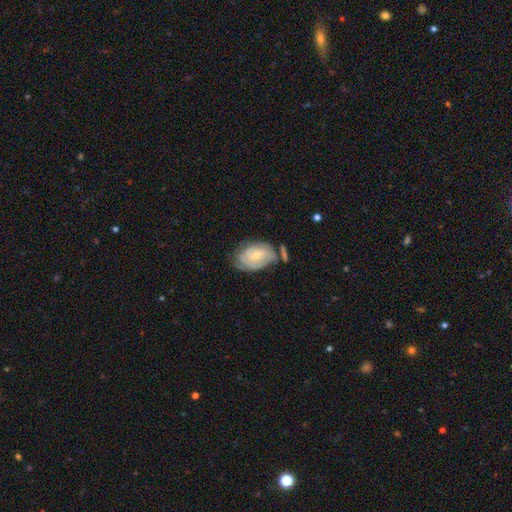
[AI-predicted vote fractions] Smooth or featured: featured or disk — 58% (smooth — 35%)
Edge-on disk: no — 95% (yes — 5%)
Bar: no — 71% (weak — 25%)
Spiral arms: yes — 77% (no — 23%)
Bulge size: small — 63% (moderate — 32%)
Merging: none — 51% (minor disturbance — 27%)